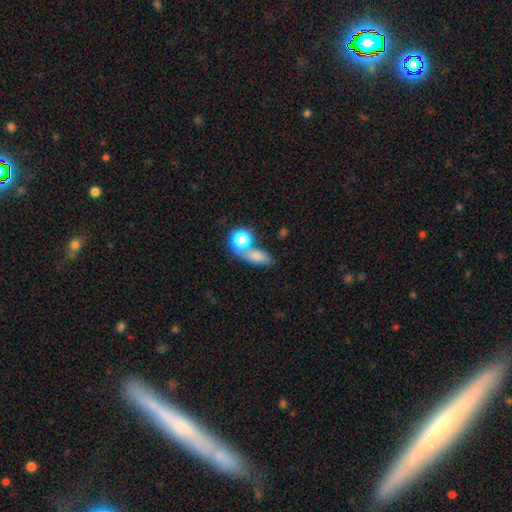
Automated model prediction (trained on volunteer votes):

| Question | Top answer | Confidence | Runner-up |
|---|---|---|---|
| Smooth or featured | smooth | 73% | star or artifact (14%) |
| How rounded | in between | 67% | round (23%) |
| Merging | none | 42% | merger (37%) |